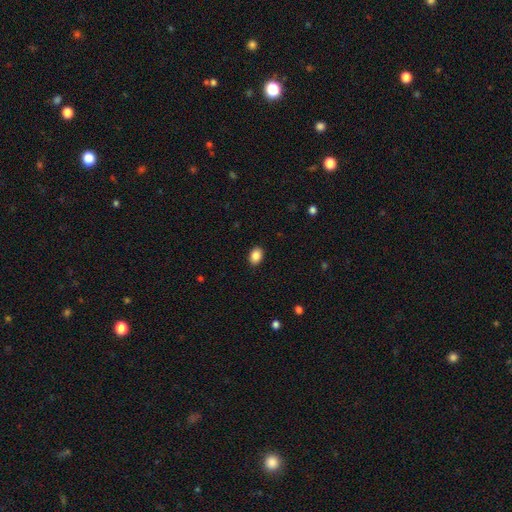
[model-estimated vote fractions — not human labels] Morphology: type=smooth (87%); roundness=in between (76%); merging=none (90%).